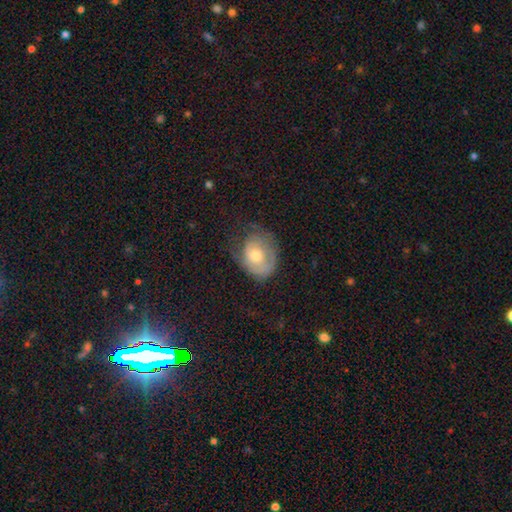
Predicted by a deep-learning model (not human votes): This is possibly a smooth galaxy (50%). How rounded: possibly in between (55%). Merging: possibly none (49%).